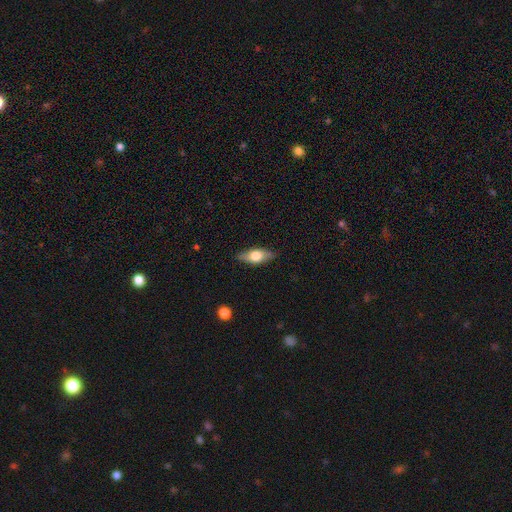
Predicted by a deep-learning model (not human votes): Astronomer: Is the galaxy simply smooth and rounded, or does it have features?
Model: smooth — 60%.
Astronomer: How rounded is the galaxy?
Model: in between — 76%.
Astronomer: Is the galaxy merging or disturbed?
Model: none — 85%.